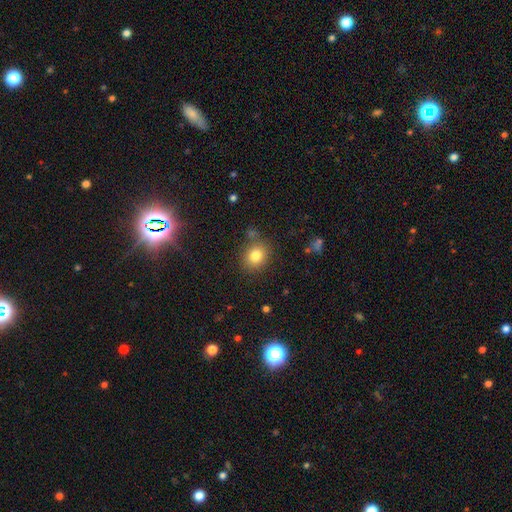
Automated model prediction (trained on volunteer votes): smooth 81%, star or artifact 11%, featured or disk 8%. Down the decision tree: how rounded — round (62%); merging — none (79%).